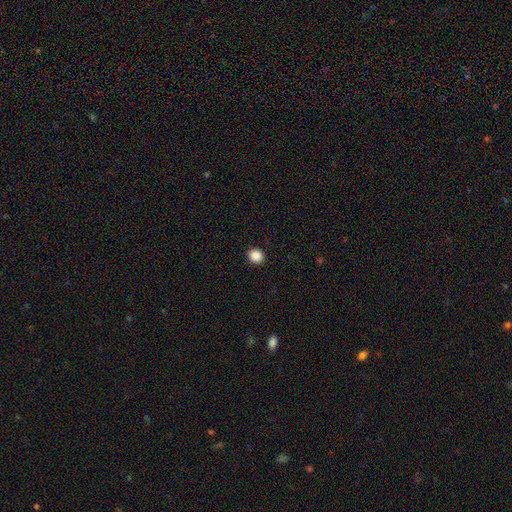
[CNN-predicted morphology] This is clearly a smooth galaxy (88%). How rounded: likely round (78%). Merging: clearly none (92%).